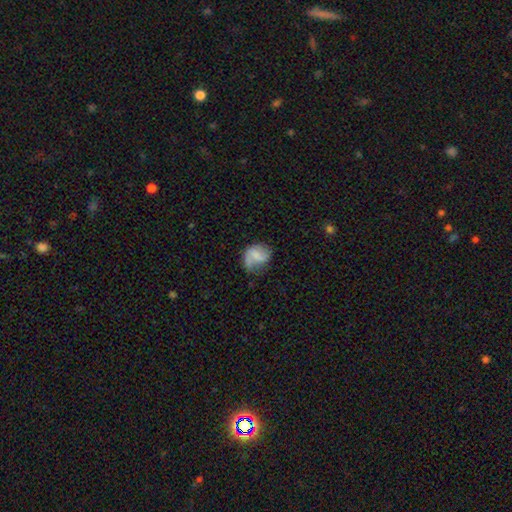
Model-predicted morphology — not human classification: Smooth or featured? featured or disk (50%)
Merging? none (48%)